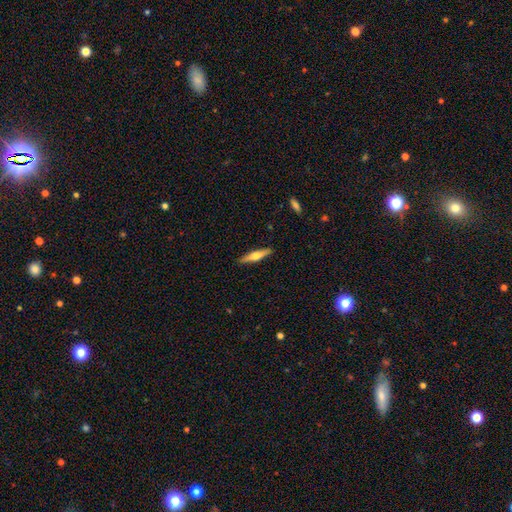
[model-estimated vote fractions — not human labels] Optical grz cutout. It shows a featured or disk galaxy (51%) viewed edge-on (95%). Merging: none (90%).